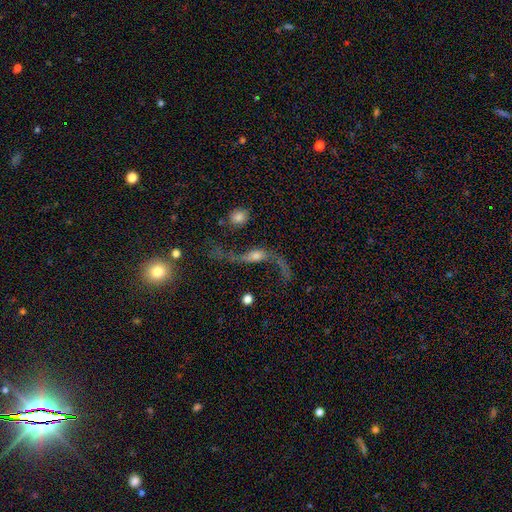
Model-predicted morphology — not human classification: type=featured or disk (76%); edge-on=no (81%); bar=no (54%); spiral arms=yes (86%); winding=loose (95%); arm count=2 (91%); bulge=moderate (43%); merging=none (41%).